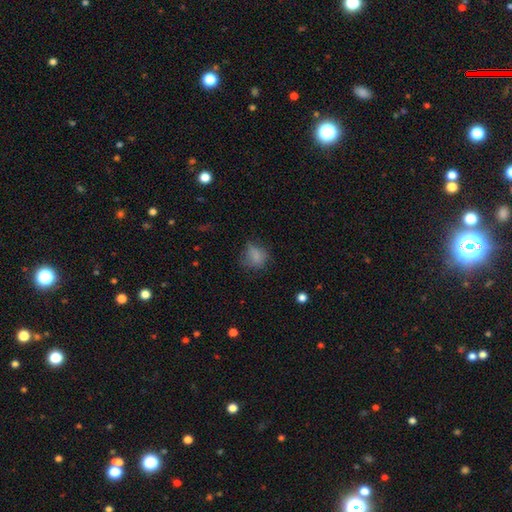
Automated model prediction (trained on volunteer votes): A smooth galaxy with no disk features (73%) that is round (63%).

Vote fractions:
- Smooth or featured? smooth: 73% / star or artifact: 14% / featured or disk: 13%
- How rounded? round: 63% / in between: 35% / cigar-shaped: 1%
- Merging? none: 50% / minor disturbance: 30% / major disturbance: 19% / merger: 2%